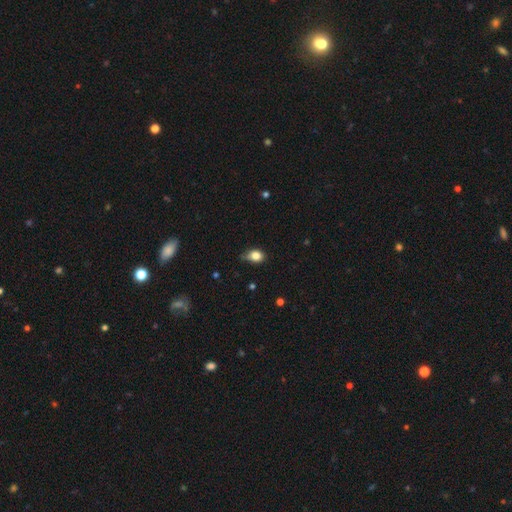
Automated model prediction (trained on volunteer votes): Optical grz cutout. It shows a smooth galaxy with no disk features (81%) that is in between round and cigar-shaped (57%). Merging: none (48%).